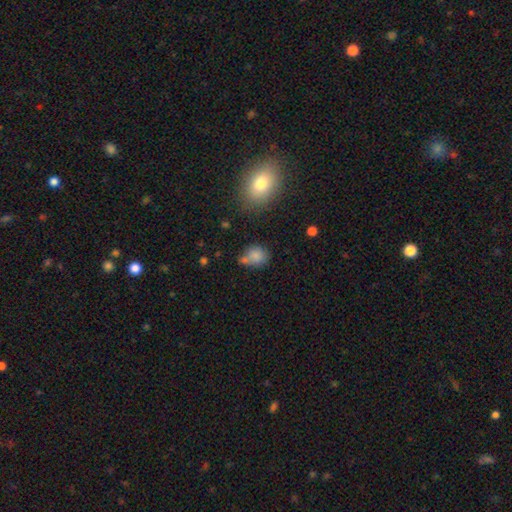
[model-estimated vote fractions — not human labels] Smooth or featured? Predicted: smooth (p=0.79). How rounded? Predicted: round (p=0.56). Merging? Predicted: none (p=0.49).